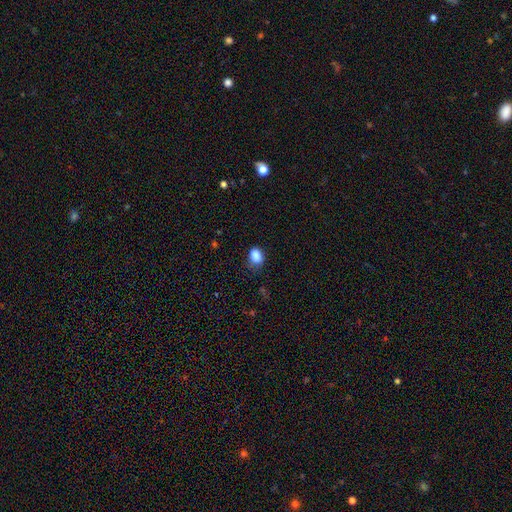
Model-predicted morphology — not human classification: type=smooth (86%); roundness=in between (71%); merging=none (64%).